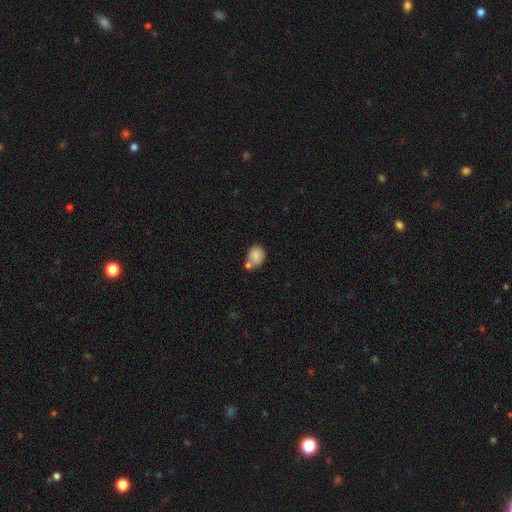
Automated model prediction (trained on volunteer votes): Smooth or featured: smooth — 84% (star or artifact — 8%)
How rounded: round — 50% (in between — 49%)
Merging: none — 46% (merger — 34%)